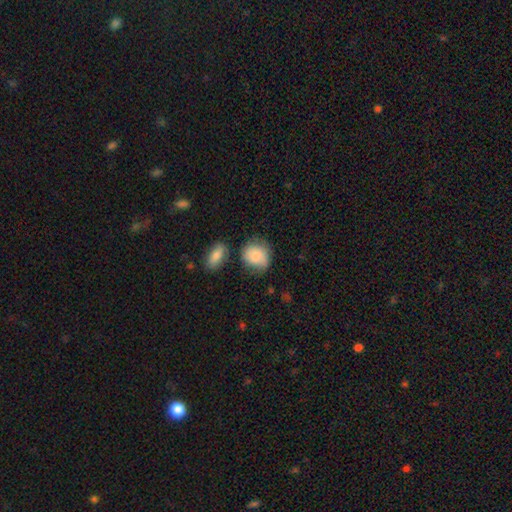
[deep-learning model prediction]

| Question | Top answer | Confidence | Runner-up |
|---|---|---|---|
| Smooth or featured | smooth | 81% | featured or disk (11%) |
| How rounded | round | 66% | in between (33%) |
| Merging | none | 56% | minor disturbance (28%) |